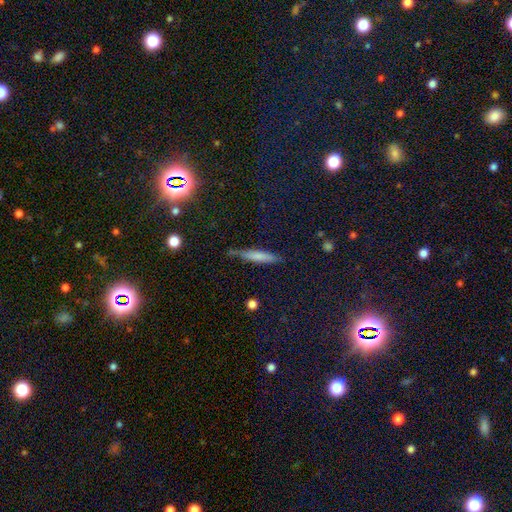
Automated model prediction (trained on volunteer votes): The model was most divided on "smooth or featured": smooth: 62%, featured or disk: 25%, star or artifact: 13%. More confident: how rounded — cigar-shaped (89%); merging — none (76%).